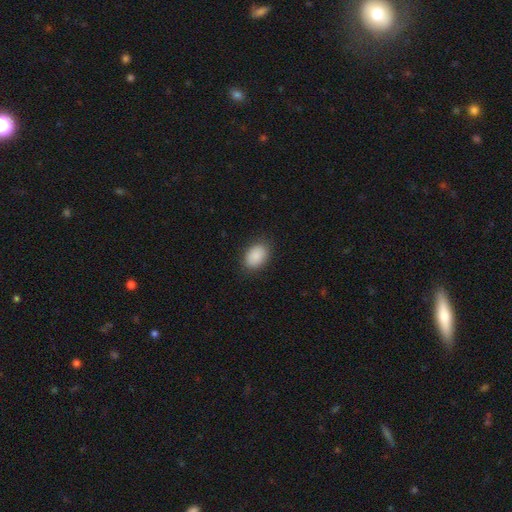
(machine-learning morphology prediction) A smooth galaxy with no disk features (90%) that is in between round and cigar-shaped (87%). Merging: none (87%).